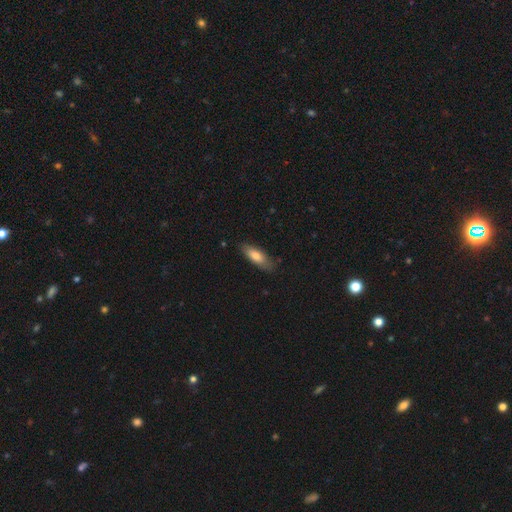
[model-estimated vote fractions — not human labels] smooth 76%, featured or disk 18%, star or artifact 6%. Down the decision tree: how rounded — in between (62%); merging — none (80%).